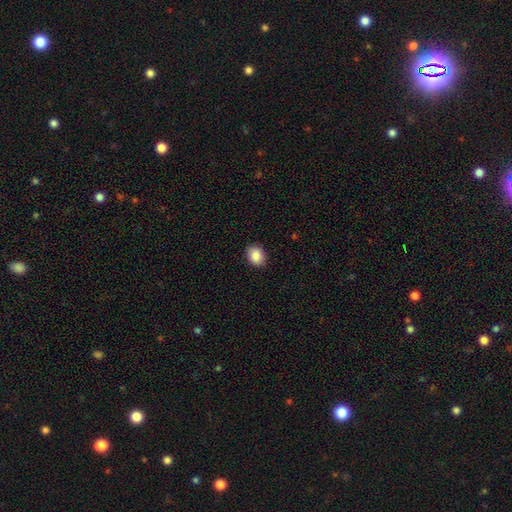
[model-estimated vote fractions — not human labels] Smooth or featured?
  - smooth: 88% *
  - star or artifact: 8%
  - featured or disk: 4%
How rounded?
  - in between: 56% *
  - round: 43%
  - cigar-shaped: 1%
Merging?
  - none: 88% *
  - minor disturbance: 9%
  - major disturbance: 2%
  - merger: 1%